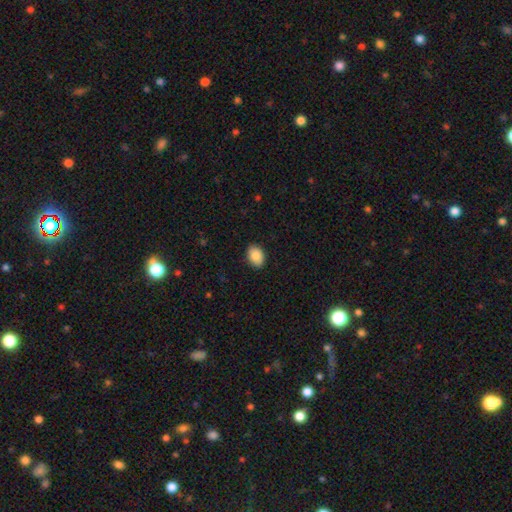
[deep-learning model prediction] smooth_or_featured: smooth (p=0.86) [alt: star or artifact p=0.07]
how_rounded: in between (p=0.79) [alt: round p=0.20]
merging: none (p=0.88) [alt: minor disturbance p=0.09]